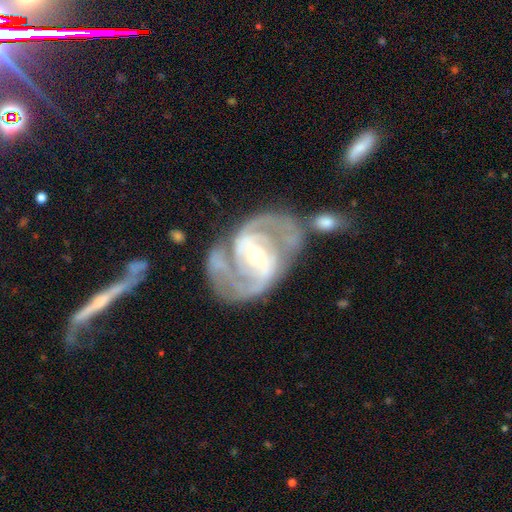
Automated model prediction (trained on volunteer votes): smooth_or_featured: featured or disk (p=0.91) [alt: smooth p=0.05]
disk_edge_on: no (p=0.97) [alt: yes p=0.03]
bar: weak (p=0.41) [alt: strong p=0.40]
has_spiral_arms: yes (p=0.97) [alt: no p=0.03]
spiral_winding: medium (p=0.47) [alt: tight p=0.41]
spiral_arm_count: 2 (p=0.71) [alt: 3 p=0.12]
bulge_size: small (p=0.49) [alt: moderate p=0.46]
merging: none (p=0.53) [alt: minor disturbance p=0.20]